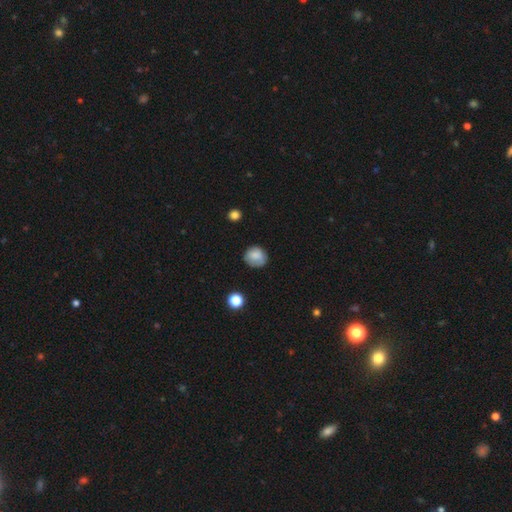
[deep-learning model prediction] smooth_or_featured: smooth (p=0.82) [alt: star or artifact p=0.09]
how_rounded: round (p=0.81) [alt: in between p=0.18]
merging: none (p=0.73) [alt: minor disturbance p=0.20]